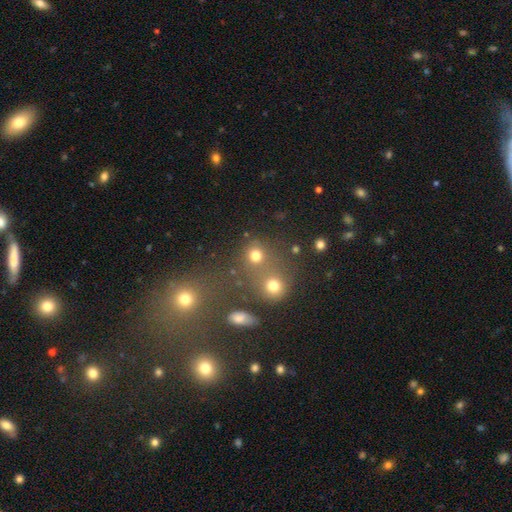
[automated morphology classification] smooth-or-featured: smooth: 74% | star or artifact: 18% | featured or disk: 8%
  how-rounded: round: 81% | in between: 17% | cigar-shaped: 1%
  merging: none: 57% | merger: 29% | minor disturbance: 9% | major disturbance: 6%